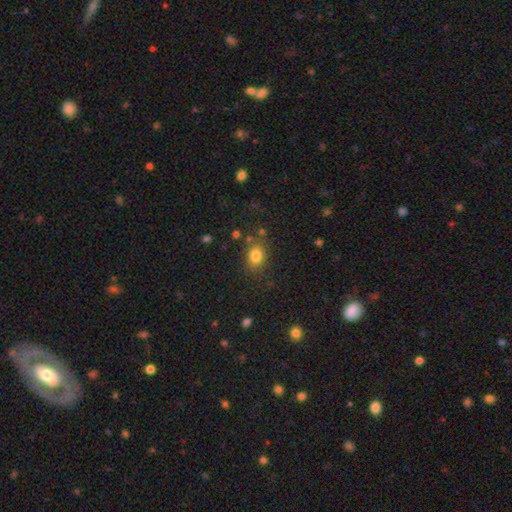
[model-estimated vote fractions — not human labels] A smooth galaxy with no disk features (82%) that is in between round and cigar-shaped (52%). Merging: none (76%).